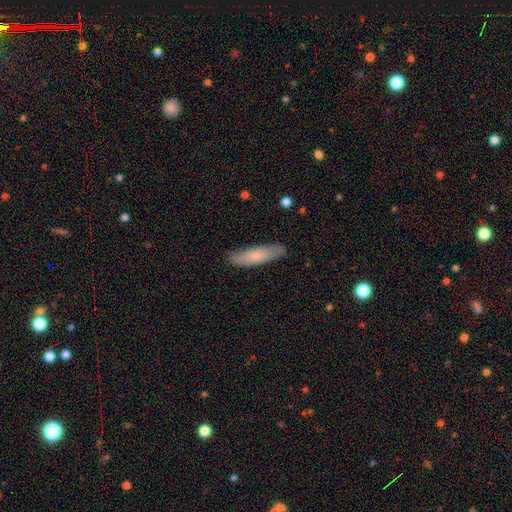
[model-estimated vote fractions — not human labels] smooth_or_featured: smooth (p=0.69) [alt: featured or disk p=0.25]
how_rounded: cigar-shaped (p=0.69) [alt: in between p=0.29]
merging: none (p=0.85) [alt: minor disturbance p=0.12]